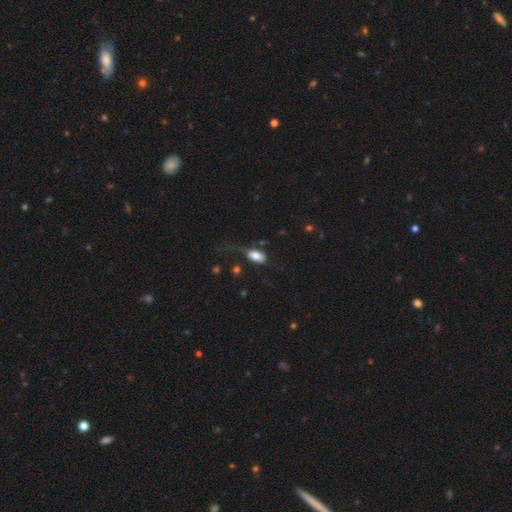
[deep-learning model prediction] Overall: smooth (79%). How rounded: in between (90%). Merging: none (40%; major disturbance 32%).